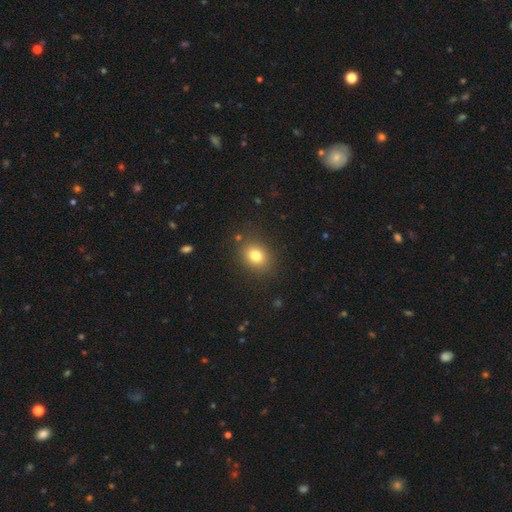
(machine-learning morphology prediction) smooth-or-featured: smooth: 80% | star or artifact: 12% | featured or disk: 8%
  how-rounded: in between: 50% | round: 49% | cigar-shaped: 1%
  merging: none: 85% | minor disturbance: 10% | major disturbance: 3% | merger: 2%